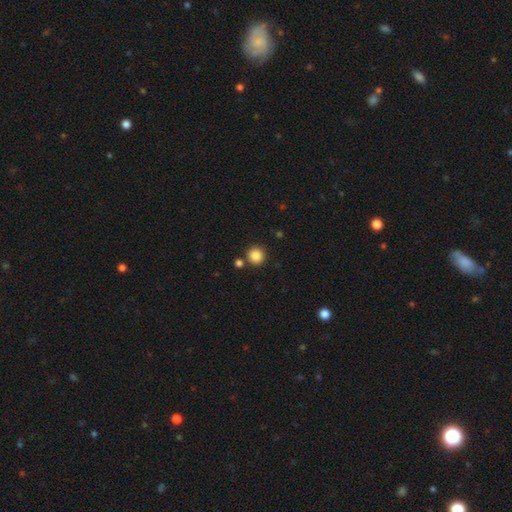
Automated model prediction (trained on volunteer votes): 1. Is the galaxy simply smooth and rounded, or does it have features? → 86% smooth, 10% star or artifact, 4% featured or disk.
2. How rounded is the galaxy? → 94% round, 5% in between, 1% cigar-shaped.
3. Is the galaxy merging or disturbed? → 85% none, 6% merger, 6% minor disturbance, 2% major disturbance.